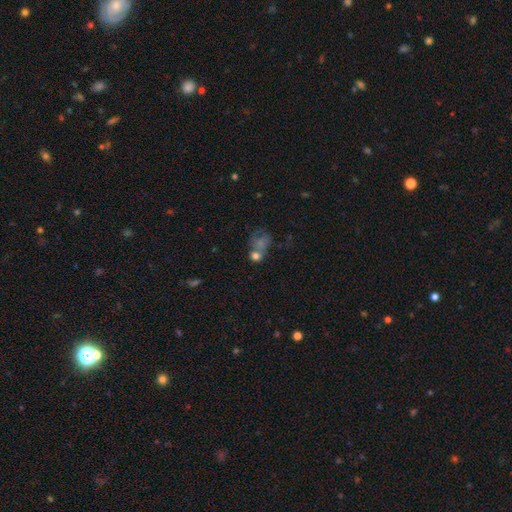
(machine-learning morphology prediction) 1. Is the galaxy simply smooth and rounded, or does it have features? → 66% smooth, 17% star or artifact, 17% featured or disk.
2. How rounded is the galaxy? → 56% round, 43% in between, 2% cigar-shaped.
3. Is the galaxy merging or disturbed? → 38% merger, 31% none, 17% major disturbance, 14% minor disturbance.